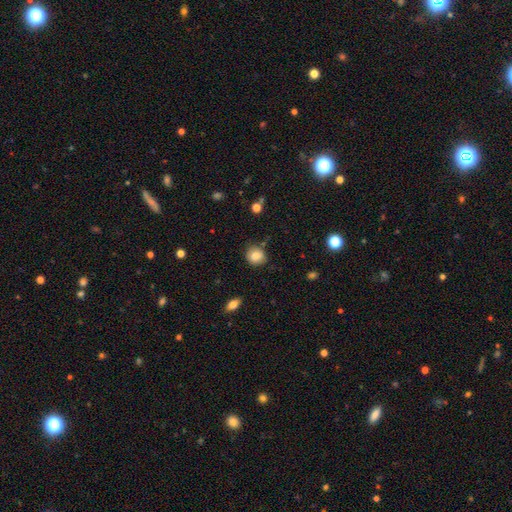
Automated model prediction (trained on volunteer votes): Smooth or featured?
  - smooth: 83% *
  - star or artifact: 10%
  - featured or disk: 7%
How rounded?
  - round: 80% *
  - in between: 19%
  - cigar-shaped: 1%
Merging?
  - none: 78% *
  - minor disturbance: 16%
  - major disturbance: 3%
  - merger: 3%